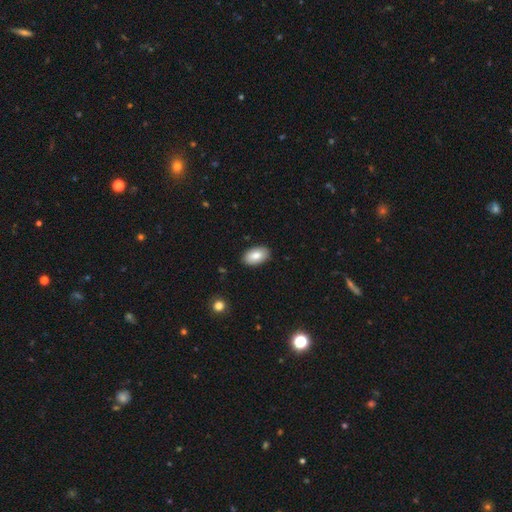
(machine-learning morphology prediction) type=smooth (83%); roundness=in between (94%); merging=none (88%).